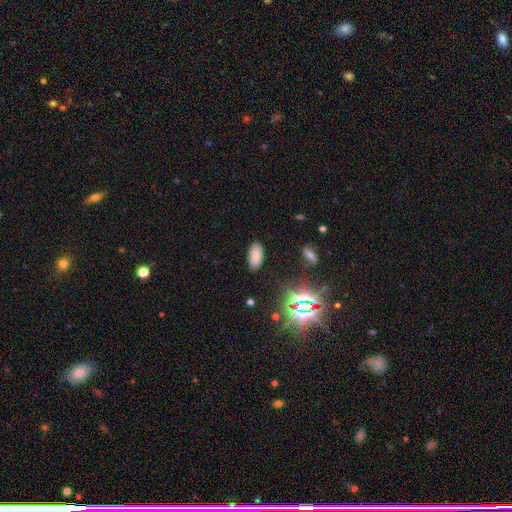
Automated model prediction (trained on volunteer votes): smooth_or_featured: smooth (p=0.79) [alt: star or artifact p=0.15]
how_rounded: in between (p=0.93) [alt: cigar-shaped p=0.04]
merging: none (p=0.87) [alt: minor disturbance p=0.09]